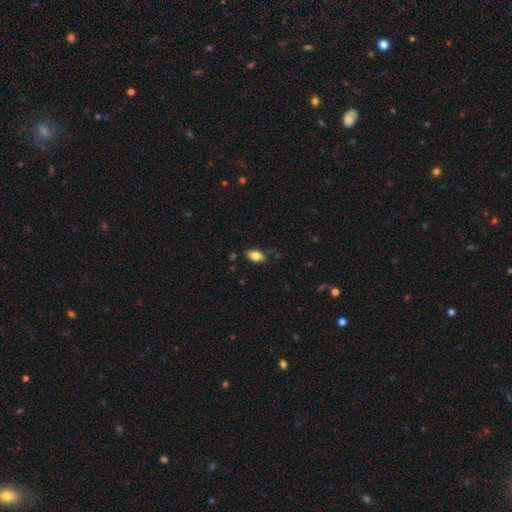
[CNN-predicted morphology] Smooth or featured? Predicted: smooth (p=0.79). How rounded? Predicted: in between (p=0.91). Merging? Predicted: none (p=0.78).